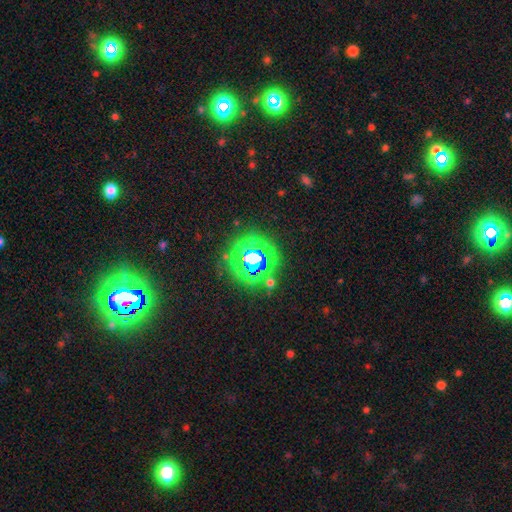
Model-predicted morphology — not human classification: This is likely a star or artifact rather than a galaxy (75%).